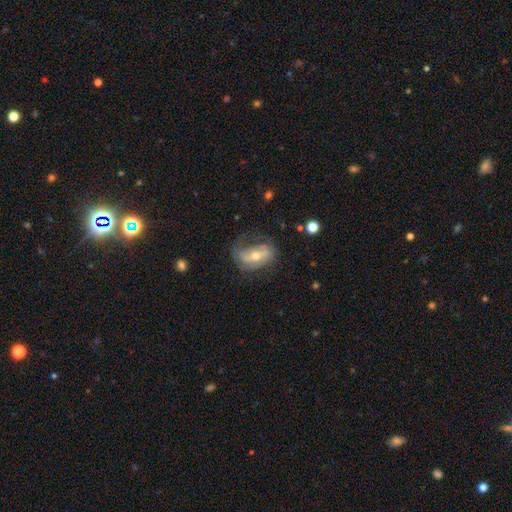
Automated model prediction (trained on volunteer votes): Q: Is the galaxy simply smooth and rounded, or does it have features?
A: featured or disk — 69%.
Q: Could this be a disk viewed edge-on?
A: no — 92%.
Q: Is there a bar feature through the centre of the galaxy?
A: strong — 36%.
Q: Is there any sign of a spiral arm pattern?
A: yes — 77%.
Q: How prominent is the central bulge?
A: moderate — 65%.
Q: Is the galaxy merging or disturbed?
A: none — 54%.